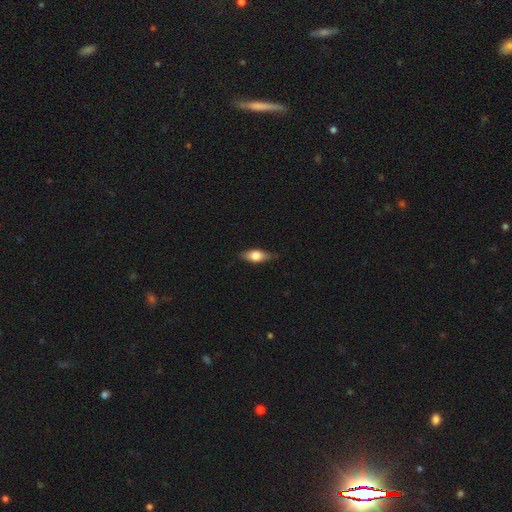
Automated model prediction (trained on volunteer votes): A smooth galaxy with no disk features (65%) that is in between round and cigar-shaped (75%).

Vote fractions:
- Smooth or featured? smooth: 65% / featured or disk: 28% / star or artifact: 6%
- How rounded? in between: 75% / cigar-shaped: 20% / round: 4%
- Merging? none: 81% / minor disturbance: 15% / major disturbance: 3% / merger: 1%